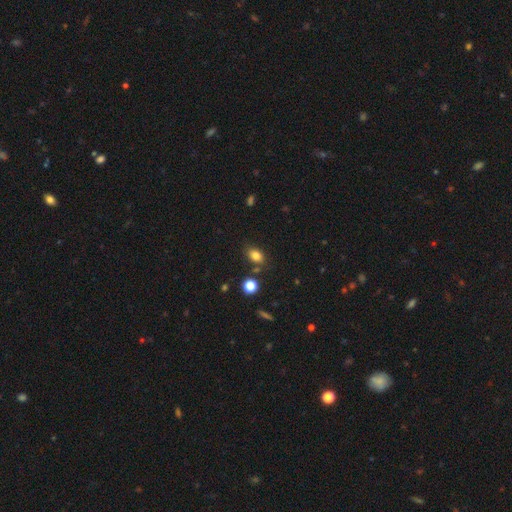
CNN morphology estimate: A smooth galaxy with no disk features (82%) that is in between round and cigar-shaped (77%).

Vote fractions:
- Smooth or featured? smooth: 82% / star or artifact: 12% / featured or disk: 6%
- How rounded? in between: 77% / round: 22% / cigar-shaped: 2%
- Merging? none: 76% / minor disturbance: 14% / merger: 7% / major disturbance: 4%